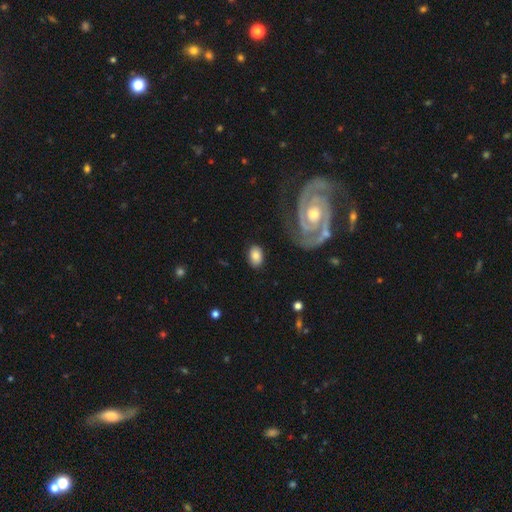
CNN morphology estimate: The model was most divided on "smooth or featured": smooth: 75%, featured or disk: 17%, star or artifact: 7%. More confident: how rounded — in between (81%); merging — none (81%).